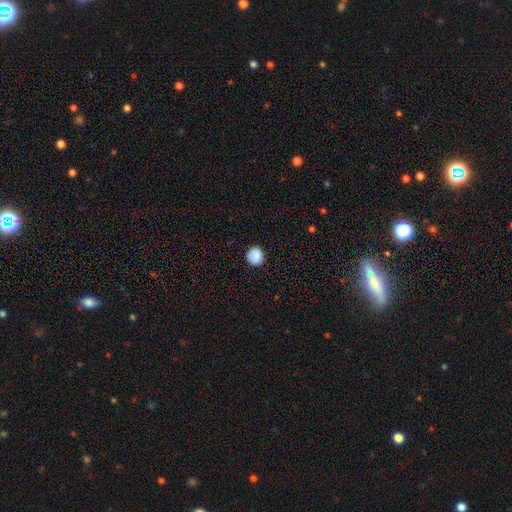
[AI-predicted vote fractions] Q: Smooth or featured?
A: smooth (82%); runner-up: featured or disk (10%)
Q: How rounded?
A: round (86%); runner-up: in between (13%)
Q: Merging?
A: none (83%); runner-up: minor disturbance (12%)